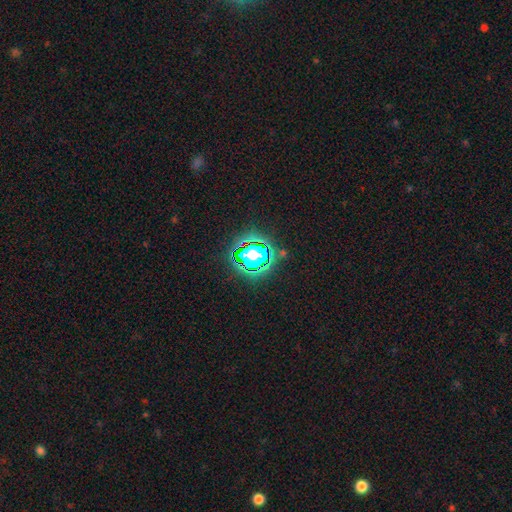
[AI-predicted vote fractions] smooth_or_featured: star or artifact (p=0.62) [alt: smooth p=0.25]